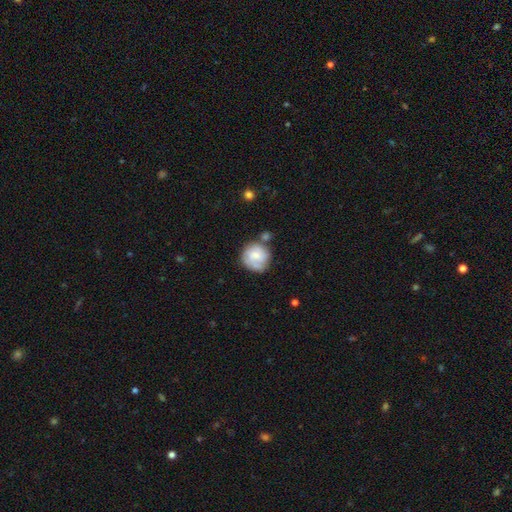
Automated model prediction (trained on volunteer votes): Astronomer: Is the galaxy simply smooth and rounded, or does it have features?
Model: smooth — 54% (runner-up: featured or disk, 39%).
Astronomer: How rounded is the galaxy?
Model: round — 86%.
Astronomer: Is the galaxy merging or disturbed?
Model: none — 57%.